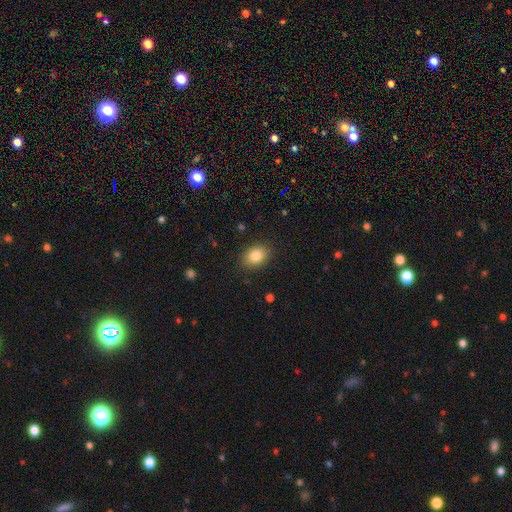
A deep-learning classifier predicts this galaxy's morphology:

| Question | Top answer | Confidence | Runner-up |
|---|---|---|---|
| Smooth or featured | smooth | 85% | star or artifact (9%) |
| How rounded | in between | 72% | round (27%) |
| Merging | none | 87% | minor disturbance (10%) |